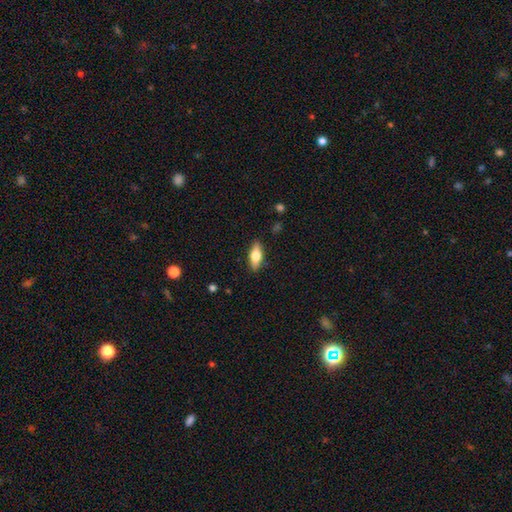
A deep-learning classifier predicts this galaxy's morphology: A smooth galaxy with no disk features (62%) that is in between round and cigar-shaped (68%).

Vote fractions:
- Smooth or featured? smooth: 62% / featured or disk: 31% / star or artifact: 6%
- How rounded? in between: 68% / cigar-shaped: 29% / round: 3%
- Merging? none: 88% / minor disturbance: 9% / major disturbance: 2% / merger: 1%